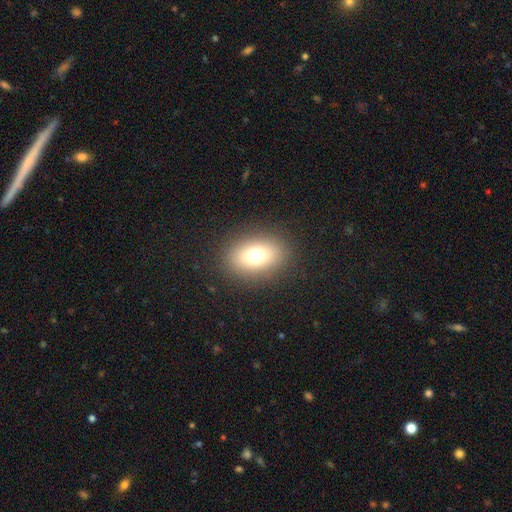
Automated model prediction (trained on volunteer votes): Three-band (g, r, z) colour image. It shows a smooth galaxy with no disk features (71%) that is in between round and cigar-shaped (70%). Merging: none (87%).